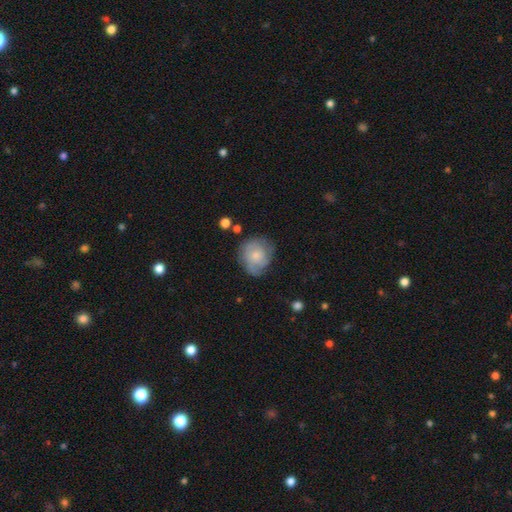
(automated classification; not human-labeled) Q: Smooth or featured?
A: smooth (57%); runner-up: featured or disk (36%)
Q: How rounded?
A: round (74%); runner-up: in between (25%)
Q: Merging?
A: none (62%); runner-up: minor disturbance (26%)